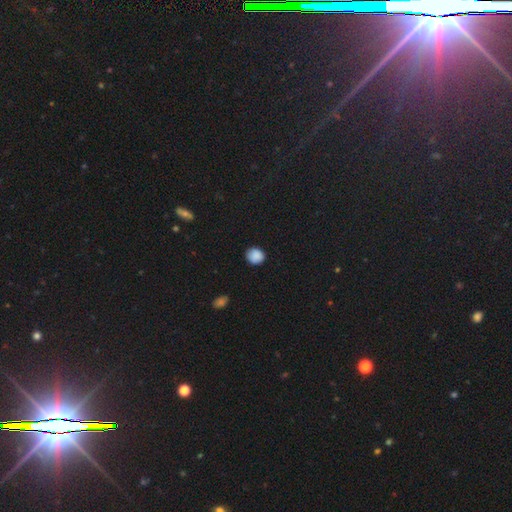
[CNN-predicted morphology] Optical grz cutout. It shows a smooth galaxy with no disk features (88%) that is round (79%). Merging: none (84%).